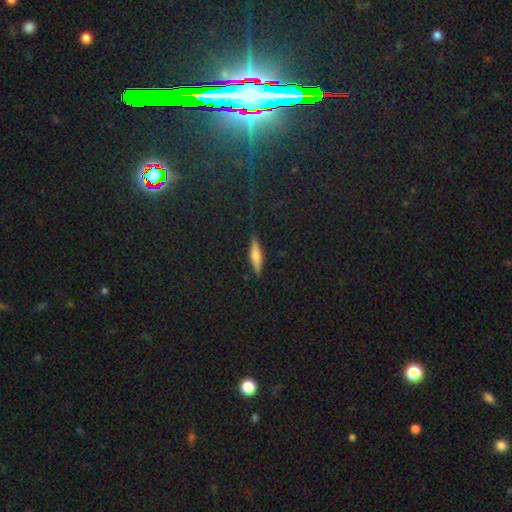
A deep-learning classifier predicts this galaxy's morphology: This appears to be a smooth galaxy with no disk features (61%) that is cigar-shaped (69%). Merging: none (88%).